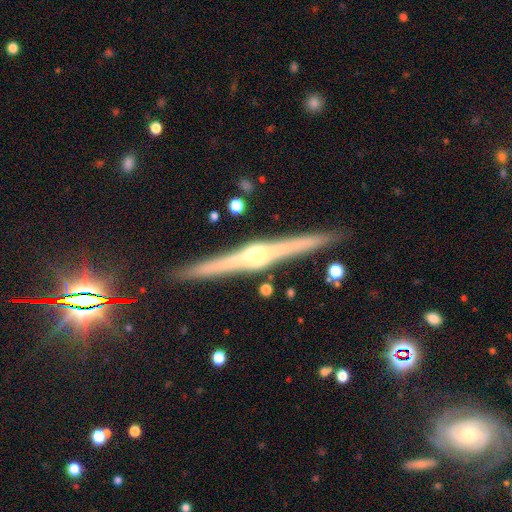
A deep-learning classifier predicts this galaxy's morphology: Smooth or featured: featured or disk — 84% (smooth — 9%)
Edge-on disk: yes — 98% (no — 2%)
Edge-on bulge: rounded — 83% (boxy — 12%)
Merging: none — 91% (minor disturbance — 6%)